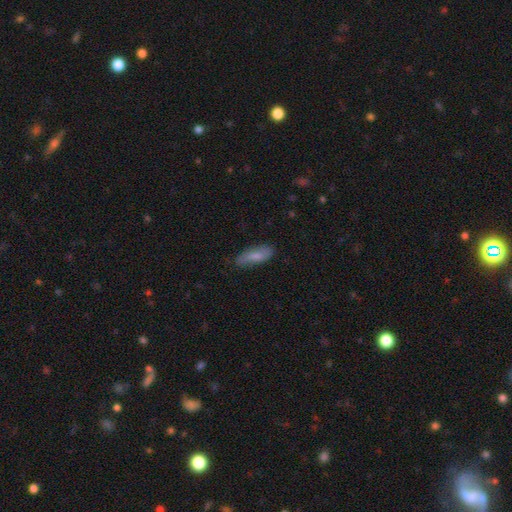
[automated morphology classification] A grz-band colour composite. It shows a smooth galaxy with no disk features (73%) that is in between round and cigar-shaped (62%). Merging: none (74%).